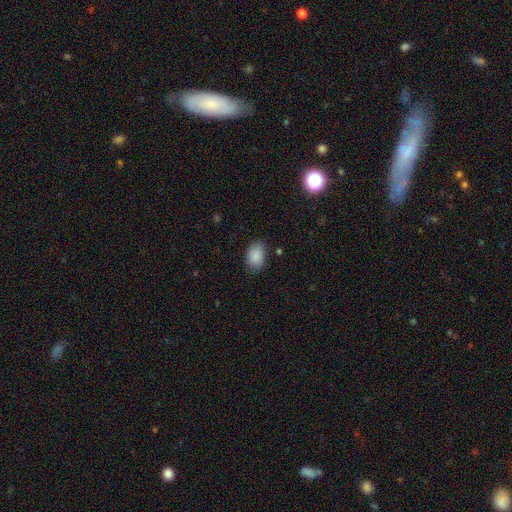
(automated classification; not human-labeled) A smooth galaxy with no disk features (89%) that is in between round and cigar-shaped (86%).

Vote fractions:
- Smooth or featured? smooth: 89% / star or artifact: 7% / featured or disk: 4%
- How rounded? in between: 86% / round: 13% / cigar-shaped: 1%
- Merging? none: 82% / minor disturbance: 13% / major disturbance: 3% / merger: 1%